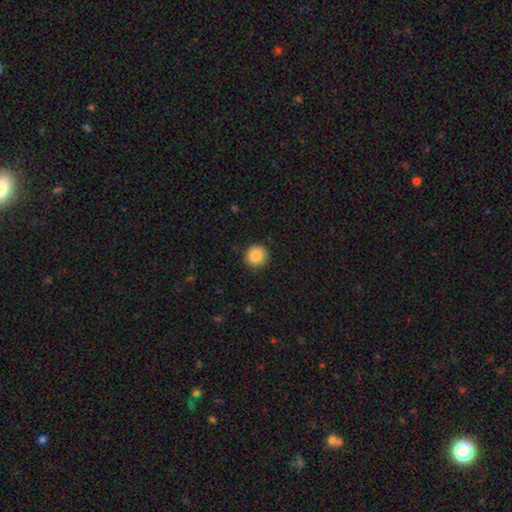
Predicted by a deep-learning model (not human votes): This is clearly a smooth galaxy (87%). How rounded: clearly round (94%). Merging: clearly none (90%).